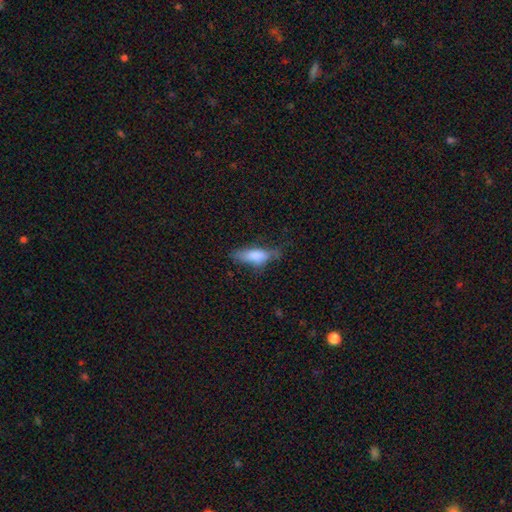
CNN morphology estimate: smooth_or_featured: smooth (p=0.77) [alt: featured or disk p=0.16]
how_rounded: in between (p=0.62) [alt: cigar-shaped p=0.35]
merging: none (p=0.51) [alt: minor disturbance p=0.32]